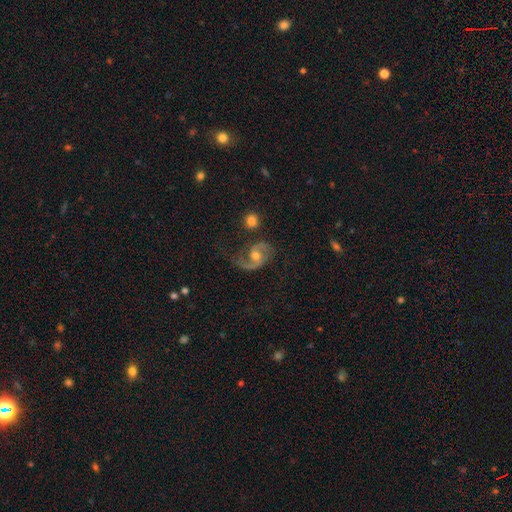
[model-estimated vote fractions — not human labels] Q: Smooth or featured?
A: featured or disk (85%); runner-up: smooth (9%)
Q: Edge-on disk?
A: no (97%); runner-up: yes (3%)
Q: Bar?
A: no (54%); runner-up: weak (36%)
Q: Spiral arms?
A: yes (95%); runner-up: no (5%)
Q: Spiral winding?
A: medium (45%); runner-up: loose (43%)
Q: Spiral arm count?
A: 2 (82%); runner-up: 1 (12%)
Q: Bulge size?
A: moderate (69%); runner-up: small (22%)
Q: Merging?
A: none (59%); runner-up: minor disturbance (20%)